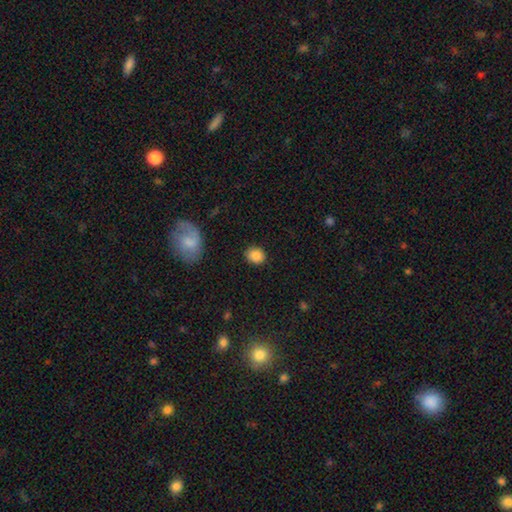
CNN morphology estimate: A smooth galaxy with no disk features (86%) that is round (56%). Merging: none (87%).